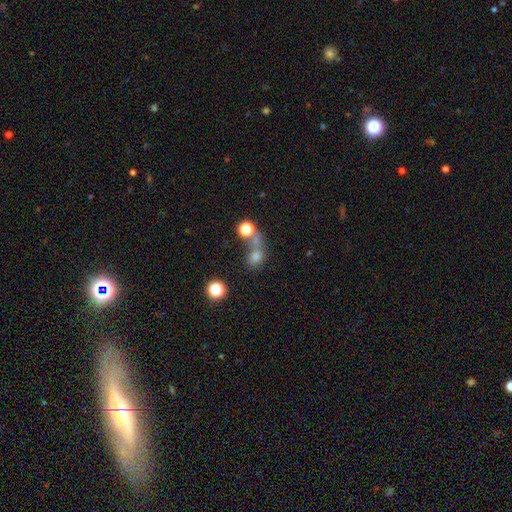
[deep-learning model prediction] Overall: smooth (63%). How rounded: round (63%; in between 34%). Merging: merger (40%; none 31%).